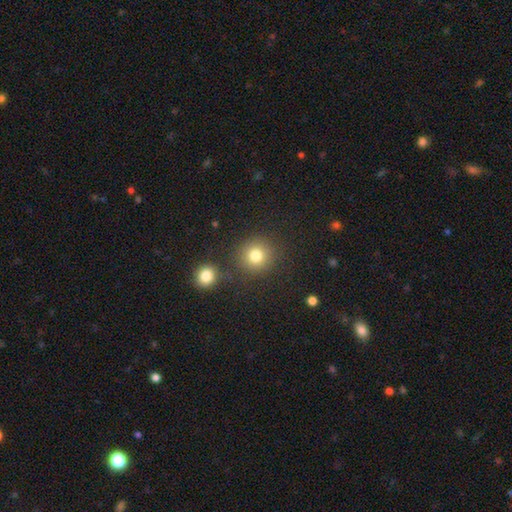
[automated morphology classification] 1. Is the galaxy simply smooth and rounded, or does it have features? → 81% smooth, 13% star or artifact, 7% featured or disk.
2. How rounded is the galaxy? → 91% round, 8% in between, 1% cigar-shaped.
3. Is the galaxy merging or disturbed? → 81% none, 8% merger, 8% minor disturbance, 3% major disturbance.